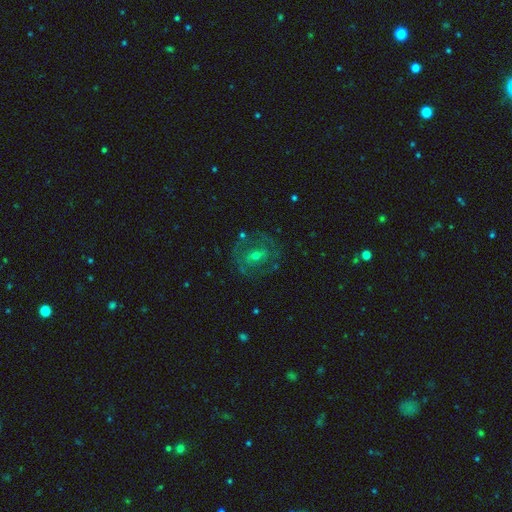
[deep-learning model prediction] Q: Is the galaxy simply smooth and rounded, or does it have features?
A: featured or disk — 70%.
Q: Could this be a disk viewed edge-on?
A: no — 97%.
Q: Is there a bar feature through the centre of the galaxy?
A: no — 44%.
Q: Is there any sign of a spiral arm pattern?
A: yes — 64%.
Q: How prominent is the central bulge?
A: small — 52%.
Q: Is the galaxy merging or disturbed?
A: none — 69%.